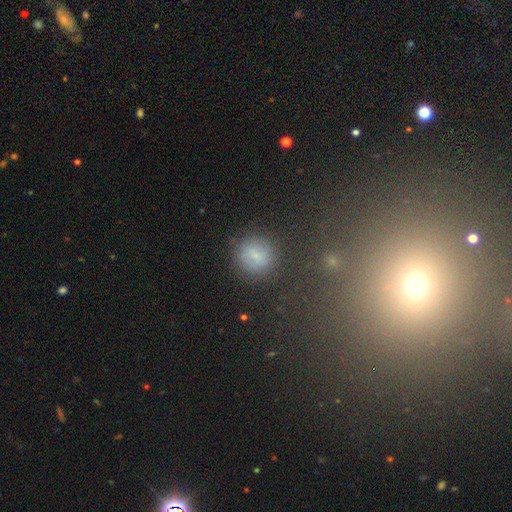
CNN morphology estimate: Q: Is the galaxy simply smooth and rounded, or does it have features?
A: smooth — 70%.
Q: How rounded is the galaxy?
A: round — 88%.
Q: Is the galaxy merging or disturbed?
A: none — 82%.